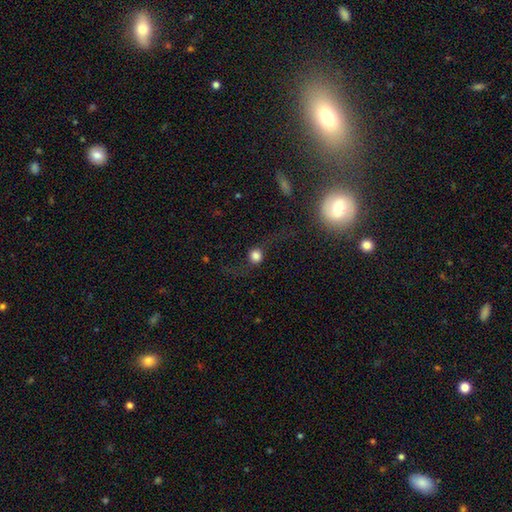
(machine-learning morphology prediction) Smooth or featured?
  - smooth: 56% *
  - featured or disk: 30%
  - star or artifact: 14%
How rounded?
  - round: 87% *
  - in between: 11%
  - cigar-shaped: 2%
Merging?
  - none: 57% *
  - major disturbance: 23%
  - minor disturbance: 15%
  - merger: 5%